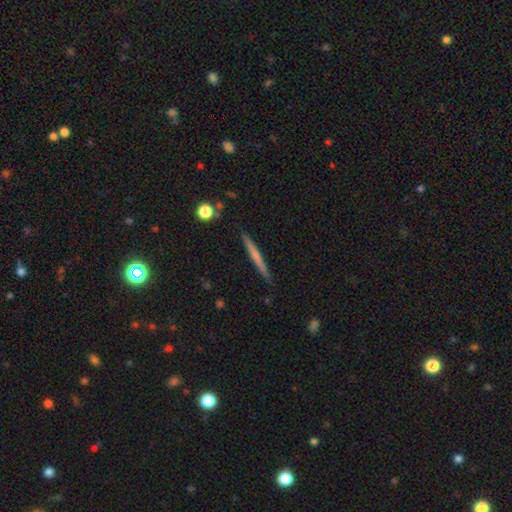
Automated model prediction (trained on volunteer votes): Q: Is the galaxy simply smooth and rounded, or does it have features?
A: smooth — 50%.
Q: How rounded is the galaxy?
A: cigar-shaped — 96%.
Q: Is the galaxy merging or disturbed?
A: none — 90%.